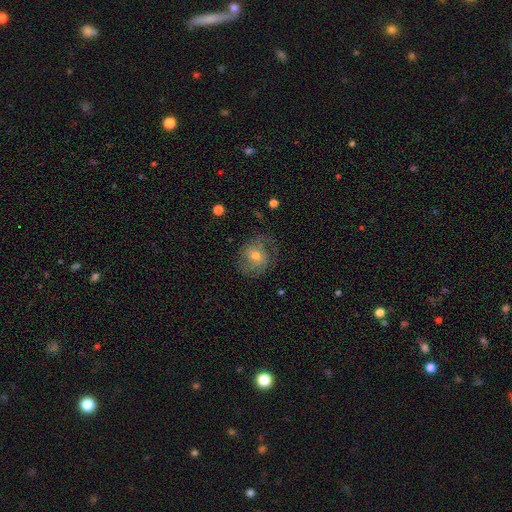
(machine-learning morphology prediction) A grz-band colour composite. It shows a featured or disk galaxy (66%) with no bar (66%), 2 (53%) medium (45%) spiral arms (87%) and a moderate central bulge (58%). Merging: none (66%).